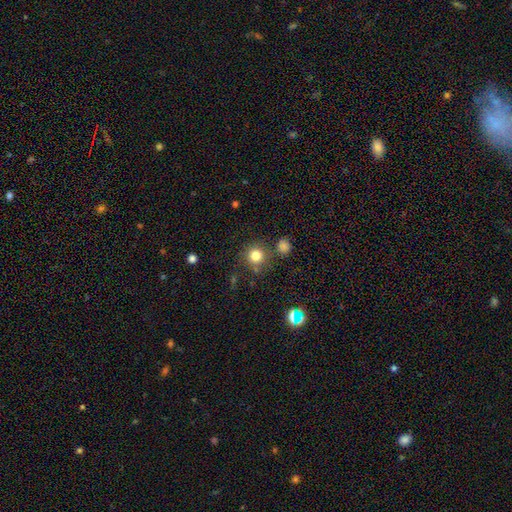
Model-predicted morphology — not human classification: Overall: smooth (81%). How rounded: round (93%). Merging: none (78%).